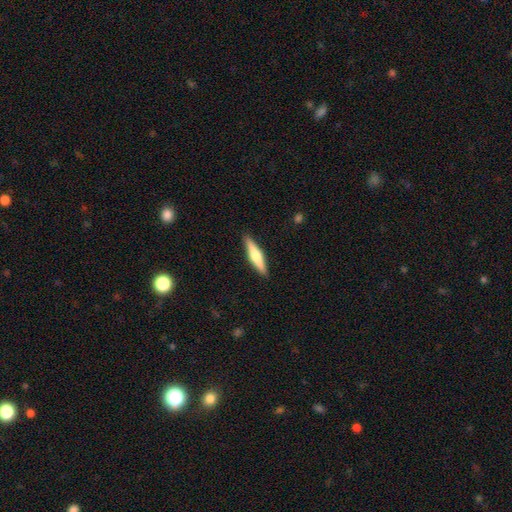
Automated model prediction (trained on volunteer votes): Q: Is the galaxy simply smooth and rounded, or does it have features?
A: smooth — 47%, tied with featured or disk.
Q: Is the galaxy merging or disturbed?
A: none — 91%.